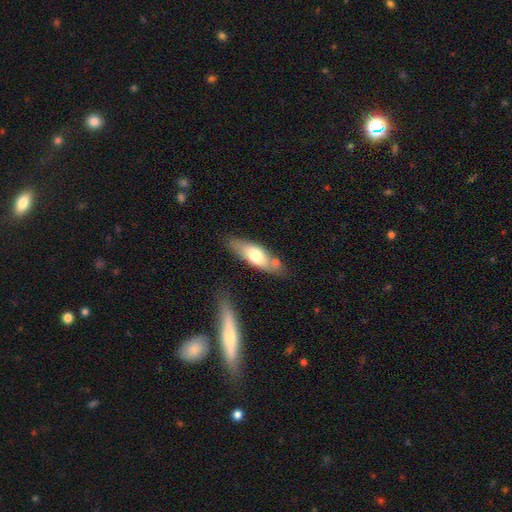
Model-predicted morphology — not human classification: A smooth galaxy with no disk features (63%) that is in between round and cigar-shaped (58%).

Vote fractions:
- Smooth or featured? smooth: 63% / featured or disk: 31% / star or artifact: 6%
- How rounded? in between: 58% / cigar-shaped: 40% / round: 2%
- Merging? none: 69% / minor disturbance: 16% / merger: 11% / major disturbance: 4%